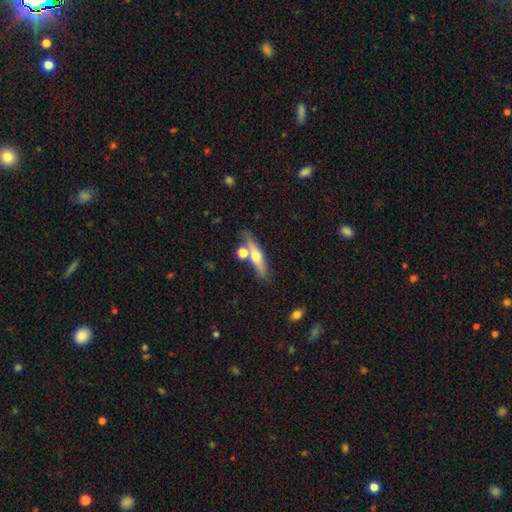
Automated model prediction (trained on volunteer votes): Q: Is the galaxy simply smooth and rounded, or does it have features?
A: featured or disk — 50%.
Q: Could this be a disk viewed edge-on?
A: yes — 85%.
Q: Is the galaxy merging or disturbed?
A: none — 64%.